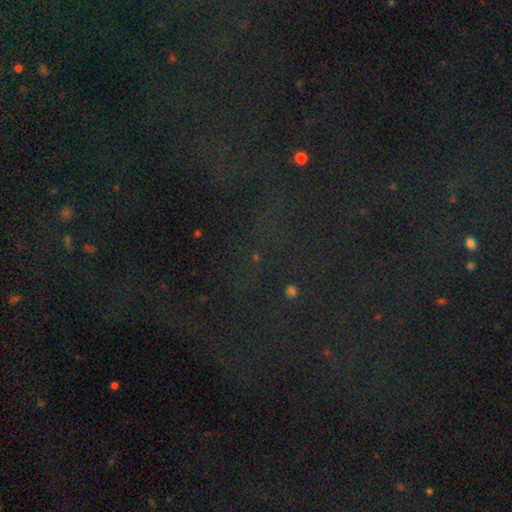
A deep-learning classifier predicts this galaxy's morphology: Overall: star or artifact (79%).